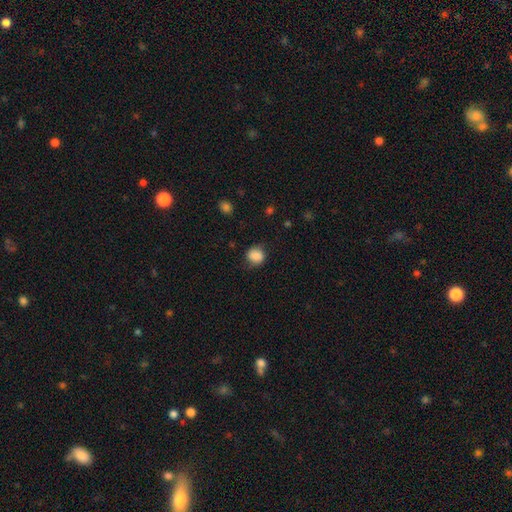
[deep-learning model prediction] smooth_or_featured: smooth (p=0.85) [alt: star or artifact p=0.08]
how_rounded: round (p=0.76) [alt: in between p=0.23]
merging: none (p=0.73) [alt: minor disturbance p=0.20]